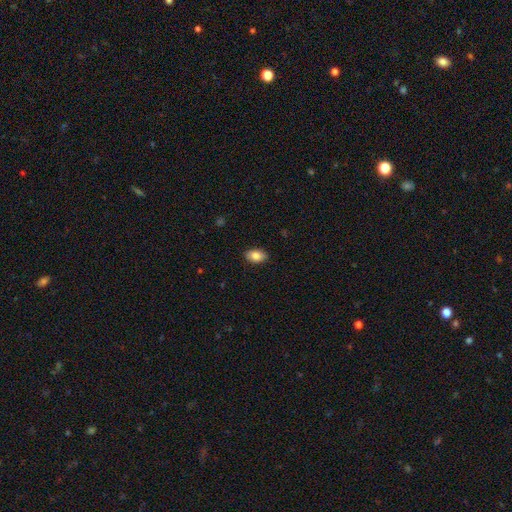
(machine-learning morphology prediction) A smooth galaxy with no disk features (85%) that is in between round and cigar-shaped (91%). Merging: none (89%).